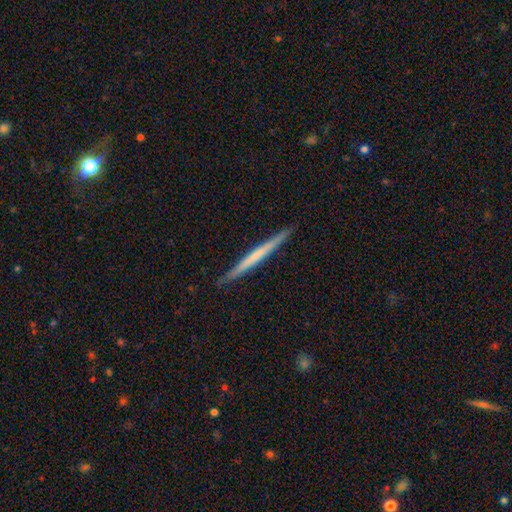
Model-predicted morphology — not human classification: featured or disk 50%, smooth 45%, star or artifact 5%. Down the decision tree: merging — none (91%).